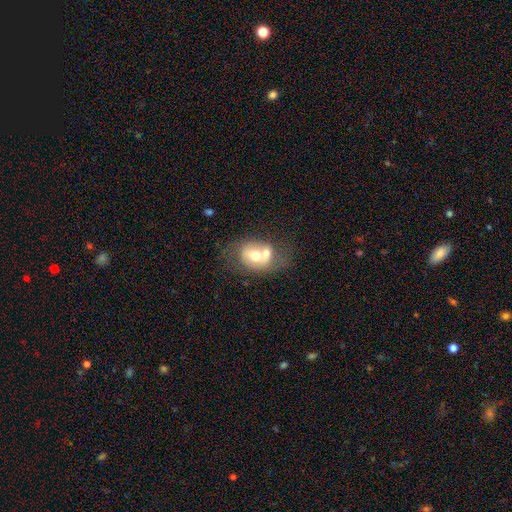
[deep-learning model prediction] Overall: smooth (50%; featured or disk 41%). How rounded: in between (58%; round 41%). Merging: merger (51%; none 30%).